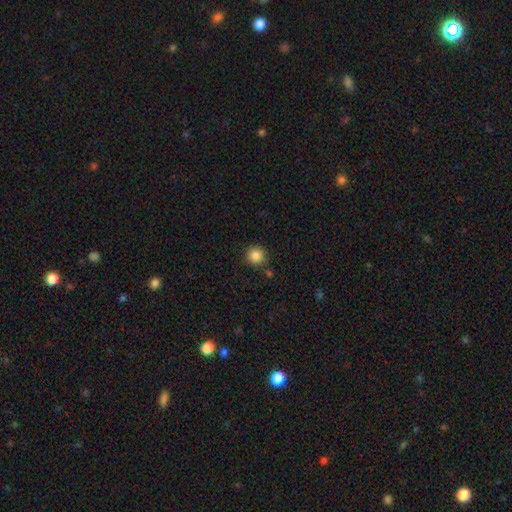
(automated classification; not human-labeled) Smooth or featured? smooth (86%)
How rounded? round (94%)
Merging? none (84%)